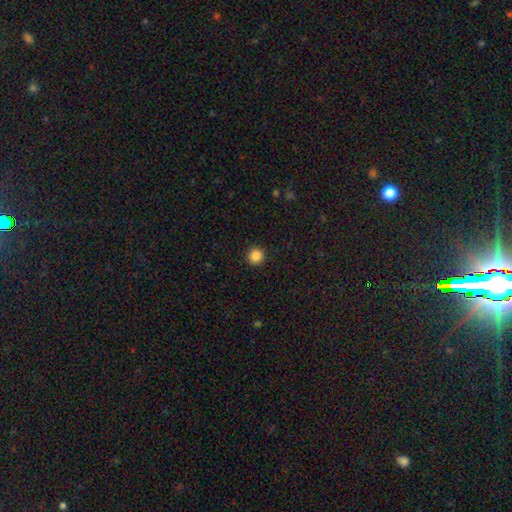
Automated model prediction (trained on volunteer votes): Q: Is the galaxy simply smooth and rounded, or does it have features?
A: smooth — 86%.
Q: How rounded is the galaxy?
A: round — 95%.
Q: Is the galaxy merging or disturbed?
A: none — 92%.